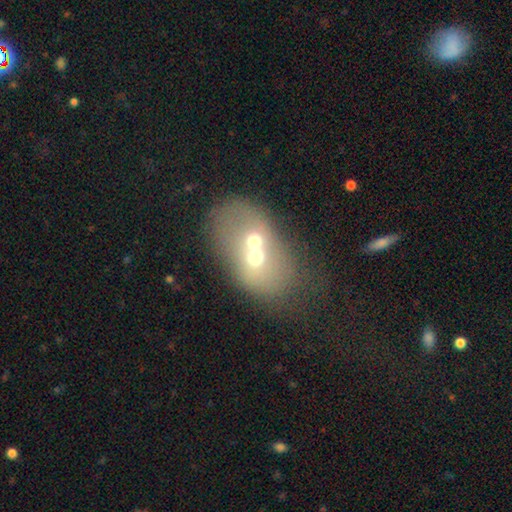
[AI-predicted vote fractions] A smooth galaxy with no disk features (51%) that is in between round and cigar-shaped (62%). Merging: merger (72%).